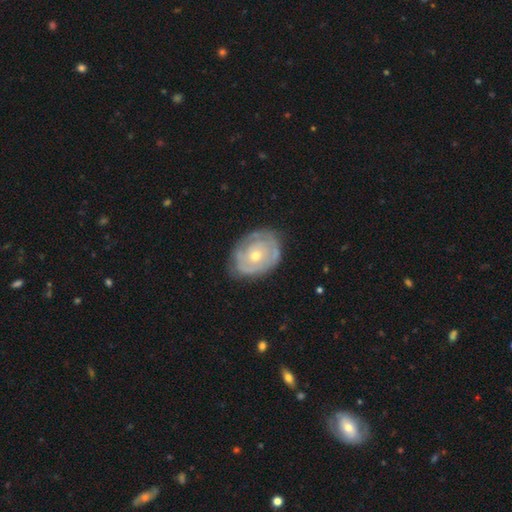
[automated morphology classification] smooth-or-featured: featured or disk: 73% | smooth: 22% | star or artifact: 6%
  disk-edge-on: no: 96% | yes: 4%
    bar: no: 84% | weak: 13% | strong: 3%
    has-spiral-arms: yes: 69% | no: 31%
    bulge-size: moderate: 52% | small: 45% | large: 2% | none: 1% | dominant: 1%
  merging: none: 73% | minor disturbance: 20% | major disturbance: 6% | merger: 1%